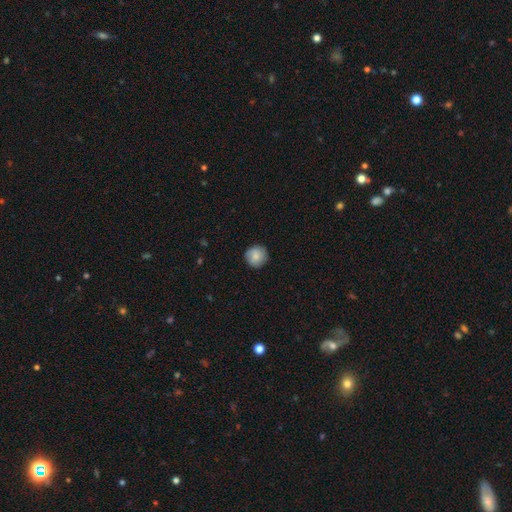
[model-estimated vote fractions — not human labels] Smooth or featured? Predicted: smooth (p=0.82). How rounded? Predicted: round (p=0.94). Merging? Predicted: none (p=0.87).